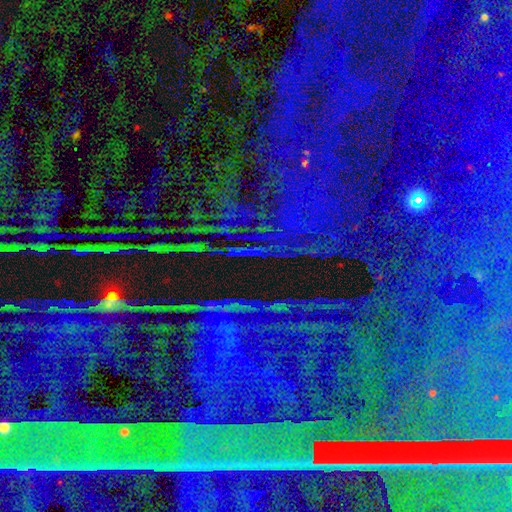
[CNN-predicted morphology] This is clearly a star or artifact rather than a galaxy (85%).